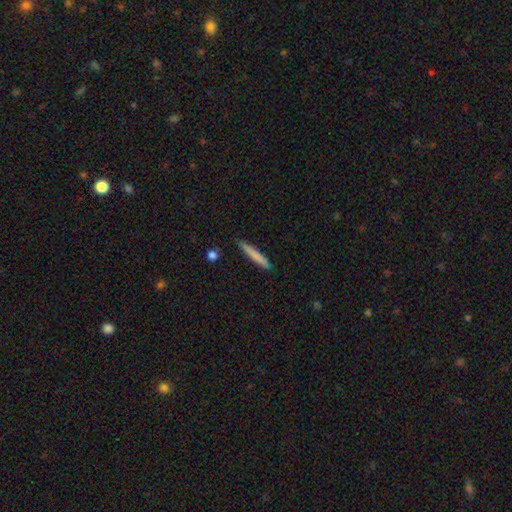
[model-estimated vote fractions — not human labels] Q: Smooth or featured?
A: smooth (76%); runner-up: featured or disk (19%)
Q: How rounded?
A: cigar-shaped (95%); runner-up: in between (4%)
Q: Merging?
A: none (89%); runner-up: minor disturbance (8%)